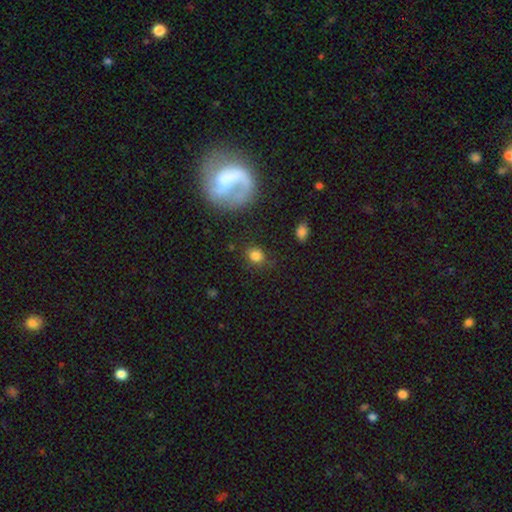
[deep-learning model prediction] Q: Smooth or featured?
A: smooth (79%); runner-up: star or artifact (13%)
Q: How rounded?
A: round (68%); runner-up: in between (31%)
Q: Merging?
A: none (78%); runner-up: minor disturbance (14%)